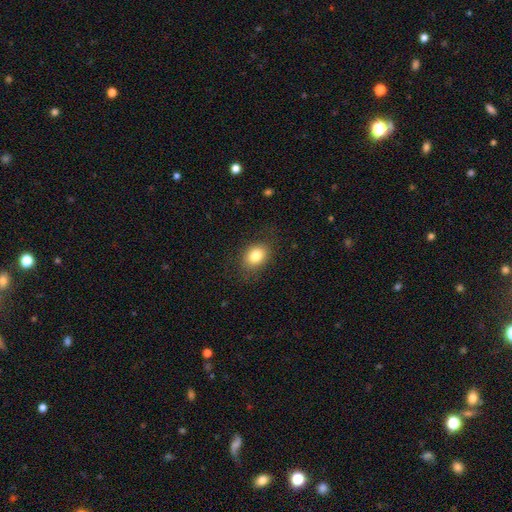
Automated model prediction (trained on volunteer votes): Morphology: type=smooth (82%); roundness=in between (66%); merging=none (83%).